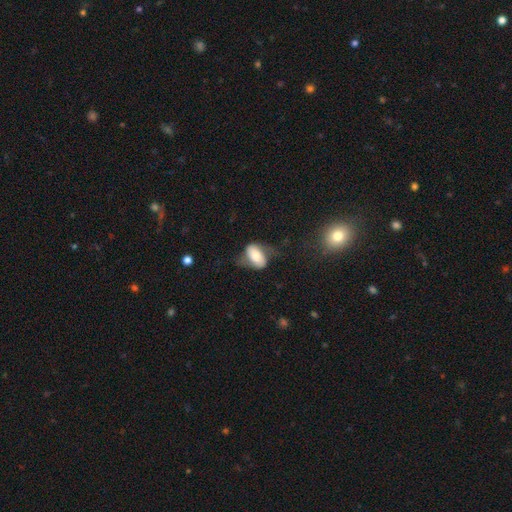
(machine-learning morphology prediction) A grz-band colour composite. It shows a smooth galaxy with no disk features (58%) that is in between round and cigar-shaped (91%). Merging: none (45%).